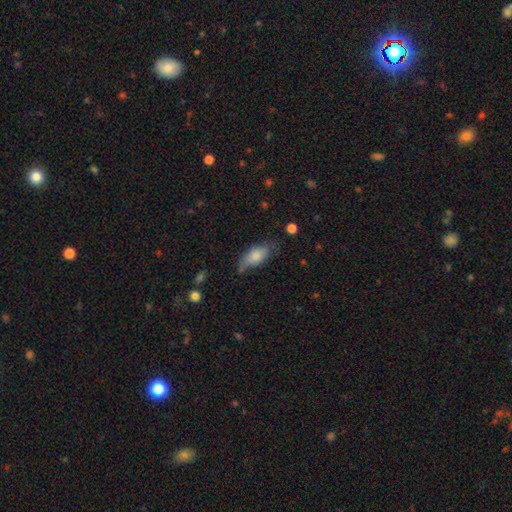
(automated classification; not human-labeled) This is likely a smooth galaxy (77%). How rounded: clearly in between (86%). Merging: possibly none (50%).